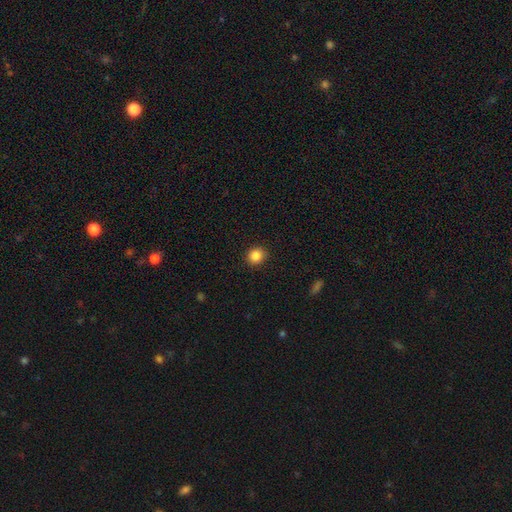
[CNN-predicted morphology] smooth 86%, star or artifact 10%, featured or disk 4%. Down the decision tree: how rounded — round (87%); merging — none (91%).